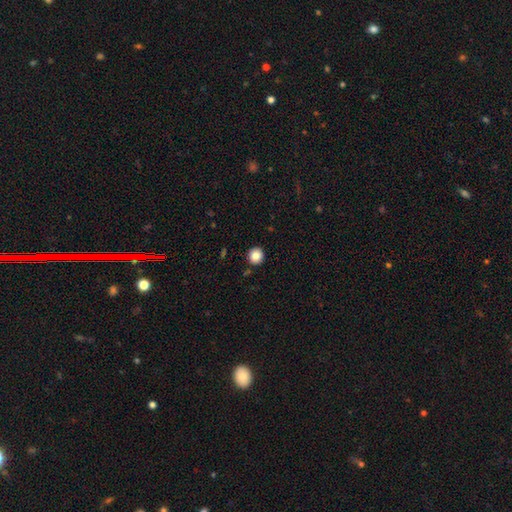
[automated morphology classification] Q: Smooth or featured?
A: smooth (86%); runner-up: star or artifact (10%)
Q: How rounded?
A: round (93%); runner-up: in between (6%)
Q: Merging?
A: none (91%); runner-up: minor disturbance (5%)